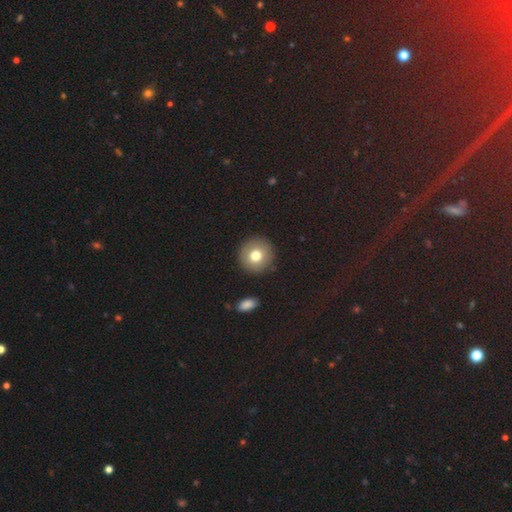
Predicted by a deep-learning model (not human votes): Overall: smooth (76%). How rounded: round (92%). Merging: none (90%).